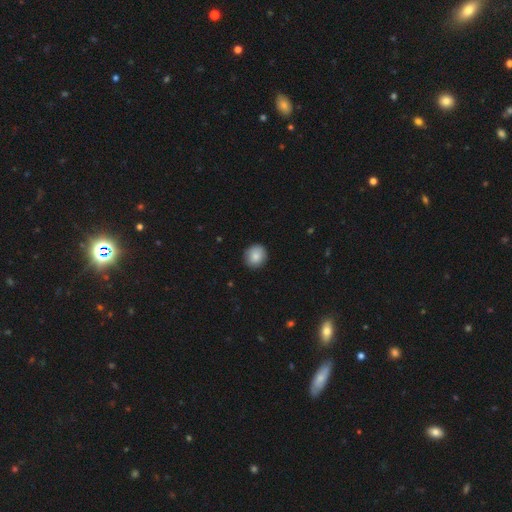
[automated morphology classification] Q: Smooth or featured?
A: smooth (84%); runner-up: featured or disk (8%)
Q: How rounded?
A: round (88%); runner-up: in between (11%)
Q: Merging?
A: none (88%); runner-up: minor disturbance (9%)